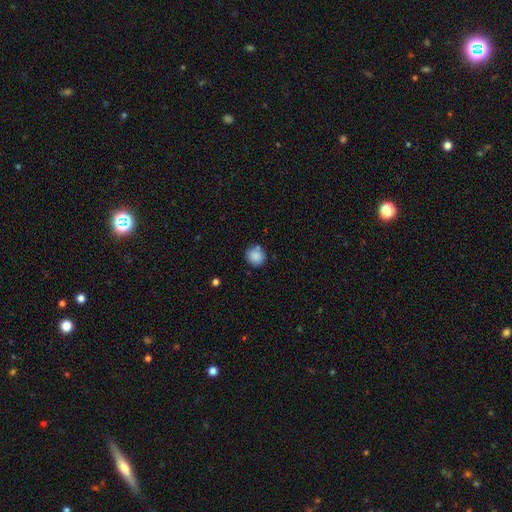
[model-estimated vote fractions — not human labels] Smooth or featured: smooth — 87% (star or artifact — 9%)
How rounded: round — 89% (in between — 10%)
Merging: none — 78% (minor disturbance — 13%)